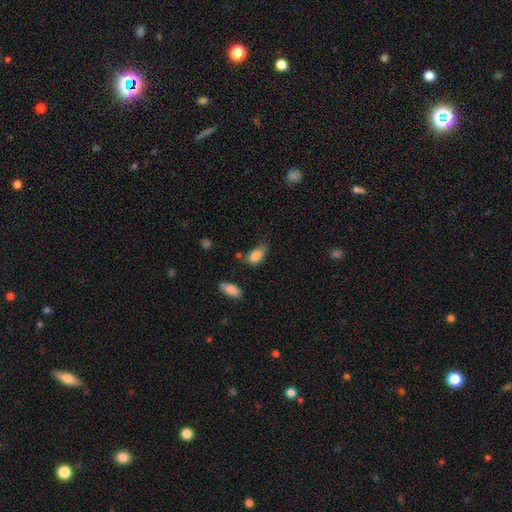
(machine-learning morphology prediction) Overall: smooth (83%). How rounded: in between (88%). Merging: none (40%; minor disturbance 38%).